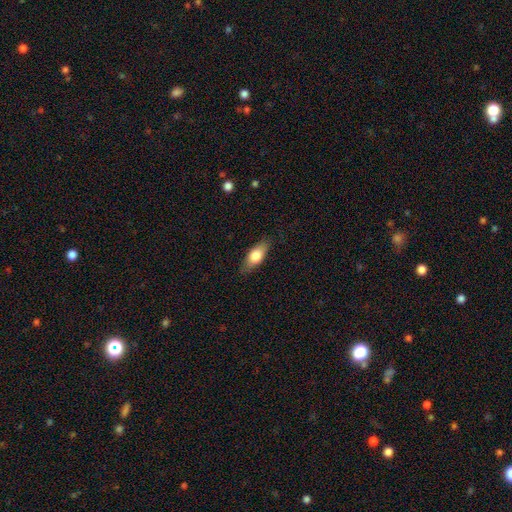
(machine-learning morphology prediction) The model was most divided on "smooth or featured": smooth: 72%, featured or disk: 22%, star or artifact: 6%. More confident: merging — none (83%); how rounded — in between (75%).